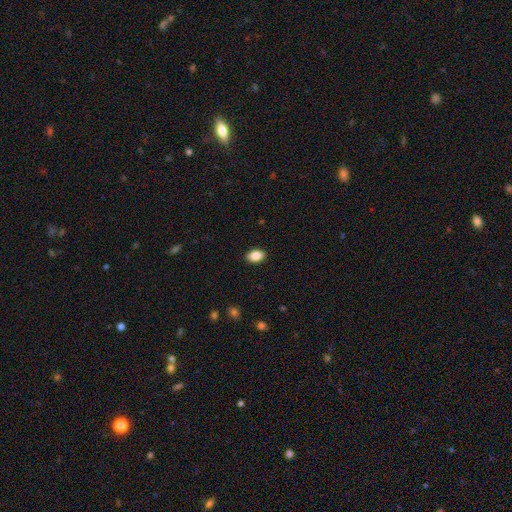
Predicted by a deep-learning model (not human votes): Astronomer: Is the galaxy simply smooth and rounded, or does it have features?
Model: smooth — 87%.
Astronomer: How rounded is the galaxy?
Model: in between — 88%.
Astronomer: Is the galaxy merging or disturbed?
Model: none — 90%.